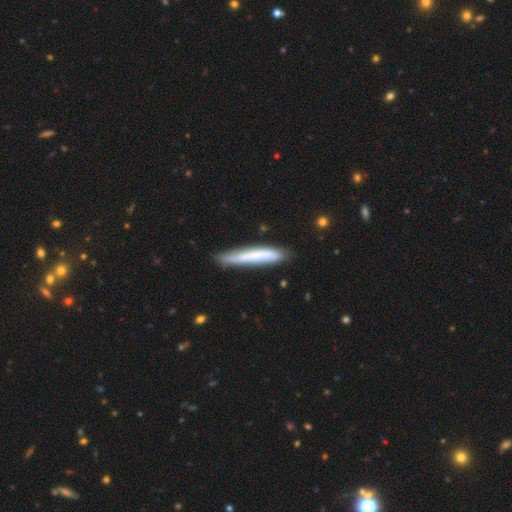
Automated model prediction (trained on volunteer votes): Overall: smooth (60%; featured or disk 34%). How rounded: cigar-shaped (93%). Merging: none (79%).